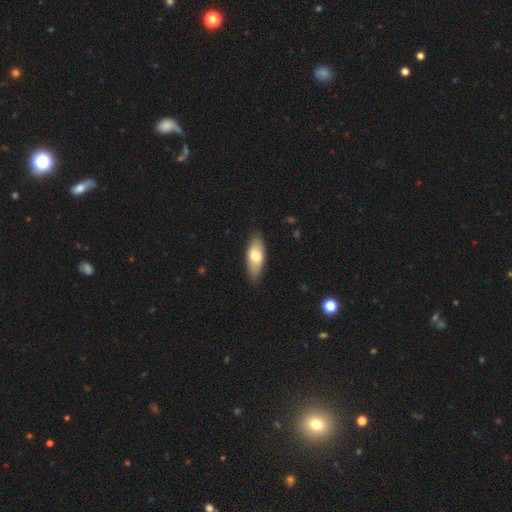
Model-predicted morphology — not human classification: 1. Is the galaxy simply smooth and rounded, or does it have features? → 69% smooth, 25% featured or disk, 5% star or artifact.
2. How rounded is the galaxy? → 75% in between, 22% cigar-shaped, 2% round.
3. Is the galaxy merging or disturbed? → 84% none, 13% minor disturbance, 2% major disturbance, 1% merger.